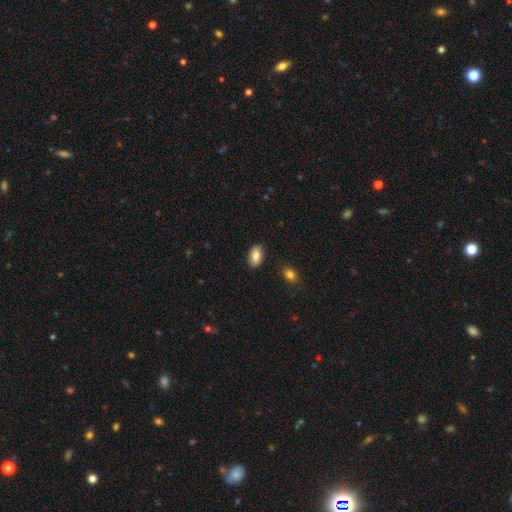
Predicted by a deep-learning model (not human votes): Overall: smooth (83%). How rounded: in between (92%). Merging: none (88%).